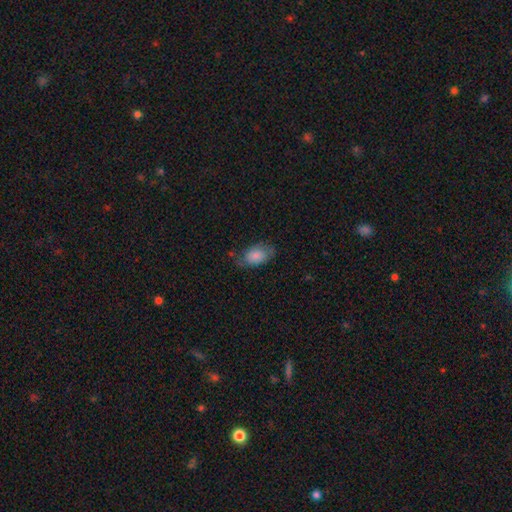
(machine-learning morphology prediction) Q: Smooth or featured?
A: smooth (78%); runner-up: featured or disk (15%)
Q: How rounded?
A: in between (90%); runner-up: round (8%)
Q: Merging?
A: none (59%); runner-up: minor disturbance (29%)